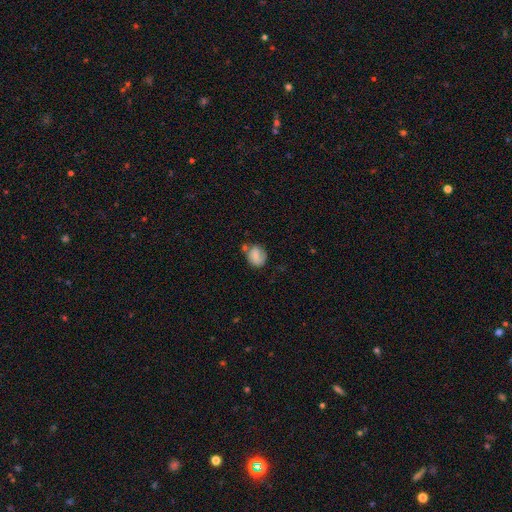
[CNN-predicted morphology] Overall: smooth (67%). How rounded: round (61%; in between 38%). Merging: none (55%; minor disturbance 24%).